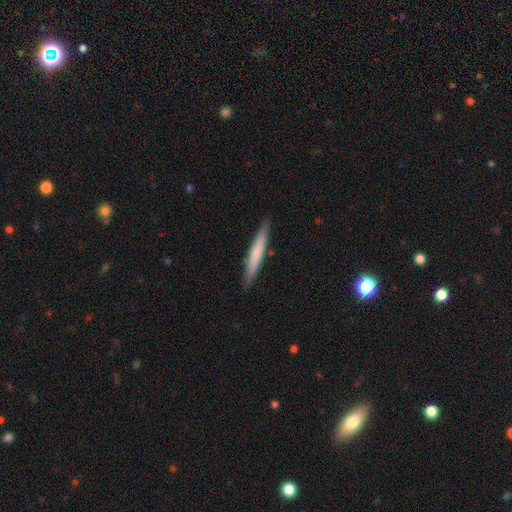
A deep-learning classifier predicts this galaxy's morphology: smooth_or_featured: smooth (p=0.67) [alt: featured or disk p=0.28]
how_rounded: cigar-shaped (p=0.95) [alt: in between p=0.04]
merging: none (p=0.88) [alt: minor disturbance p=0.09]